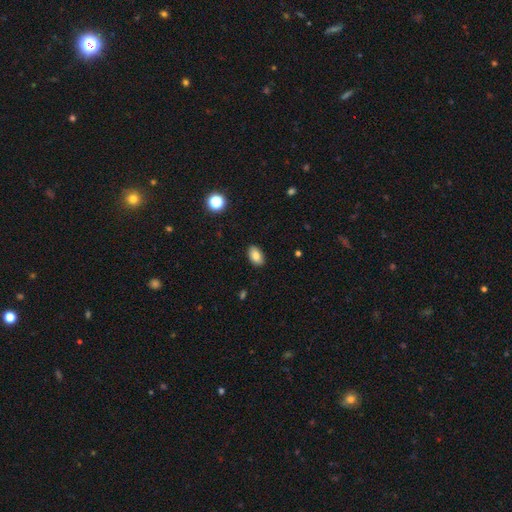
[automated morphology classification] The model was most divided on "smooth or featured": smooth: 83%, featured or disk: 9%, star or artifact: 9%. More confident: how rounded — in between (91%); merging — none (89%).